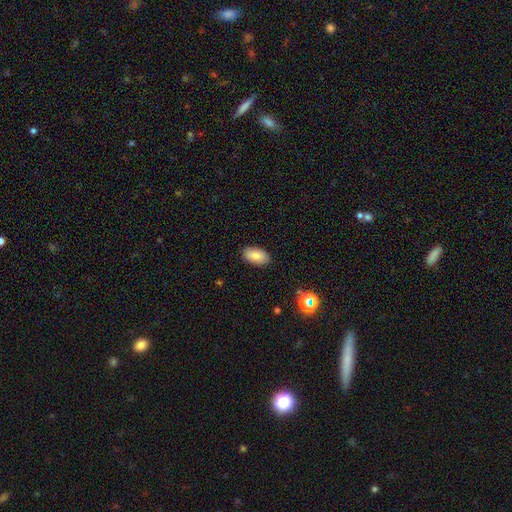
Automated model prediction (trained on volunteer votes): Smooth or featured? Predicted: smooth (p=0.81). How rounded? Predicted: in between (p=0.94). Merging? Predicted: none (p=0.88).